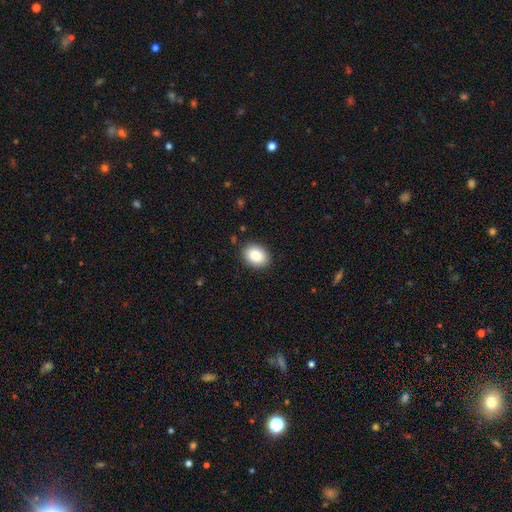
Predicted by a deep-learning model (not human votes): This appears to be a smooth galaxy with no disk features (85%) that is in between round and cigar-shaped (68%). Merging: none (89%).